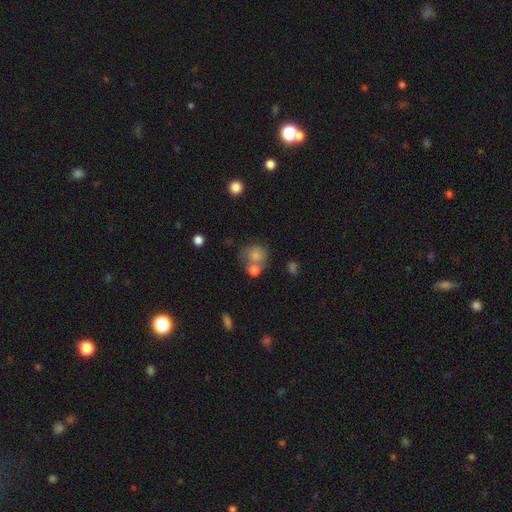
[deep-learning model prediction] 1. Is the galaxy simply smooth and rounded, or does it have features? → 77% smooth, 12% featured or disk, 11% star or artifact.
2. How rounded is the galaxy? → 80% round, 19% in between, 1% cigar-shaped.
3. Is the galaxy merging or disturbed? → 44% none, 35% merger, 14% minor disturbance, 7% major disturbance.